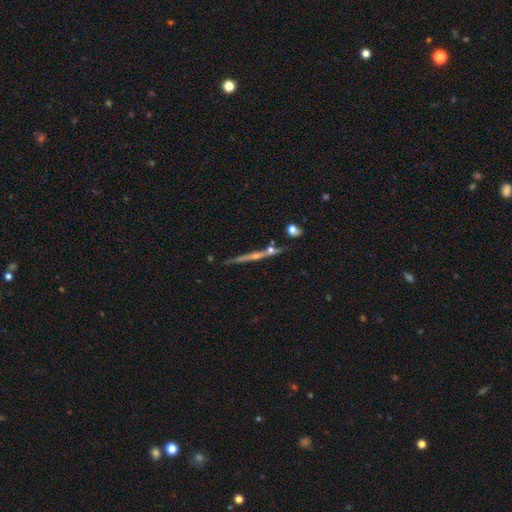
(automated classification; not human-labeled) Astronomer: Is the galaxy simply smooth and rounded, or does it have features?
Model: featured or disk — 63%.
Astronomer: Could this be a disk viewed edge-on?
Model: yes — 96%.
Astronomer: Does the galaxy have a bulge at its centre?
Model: none — 58% (runner-up: rounded, 36%).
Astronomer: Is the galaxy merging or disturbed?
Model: none — 79%.